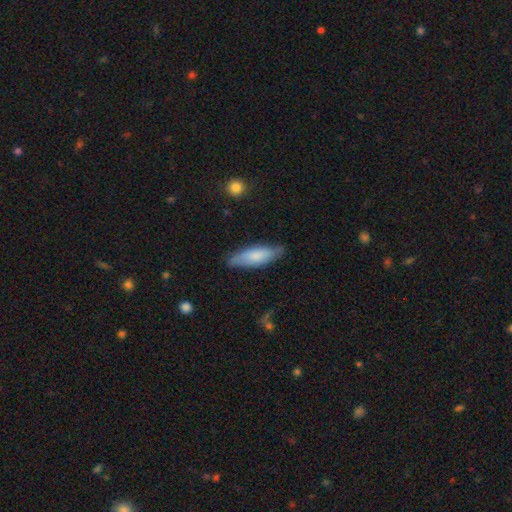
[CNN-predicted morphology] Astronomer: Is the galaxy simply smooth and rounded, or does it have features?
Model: smooth — 69%.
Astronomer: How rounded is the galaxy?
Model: in between — 53% (runner-up: cigar-shaped, 46%).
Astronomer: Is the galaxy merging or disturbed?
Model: none — 76%.